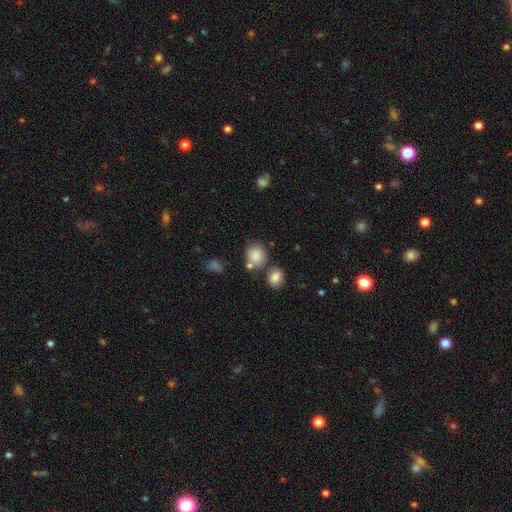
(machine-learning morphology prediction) Smooth or featured: smooth — 85% (star or artifact — 9%)
How rounded: round — 78% (in between — 21%)
Merging: none — 64% (merger — 19%)